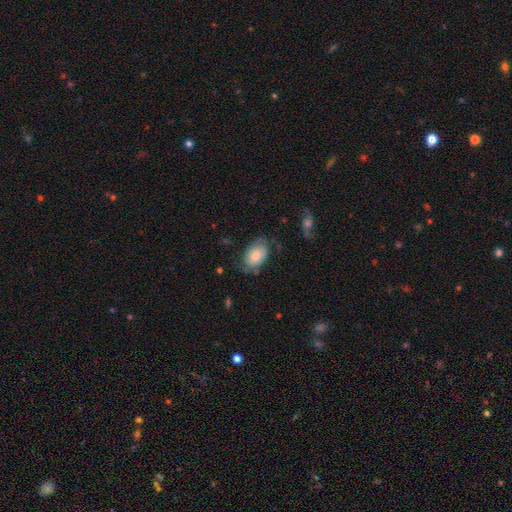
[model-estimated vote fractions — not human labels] Smooth or featured: smooth — 80% (featured or disk — 13%)
How rounded: in between — 89% (round — 10%)
Merging: none — 64% (minor disturbance — 25%)